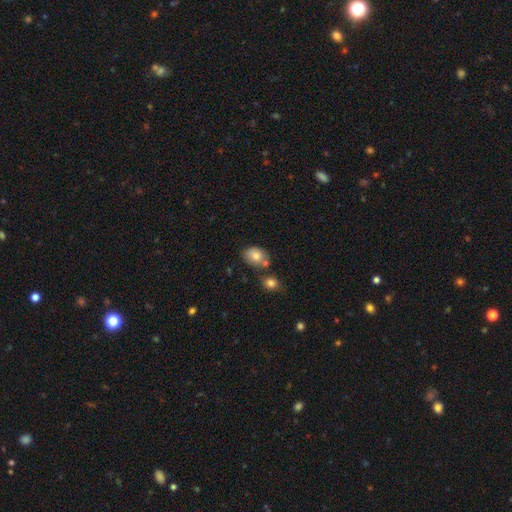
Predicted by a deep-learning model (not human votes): This is likely a smooth galaxy (77%). How rounded: likely in between (67%). Merging: possibly none (58%).